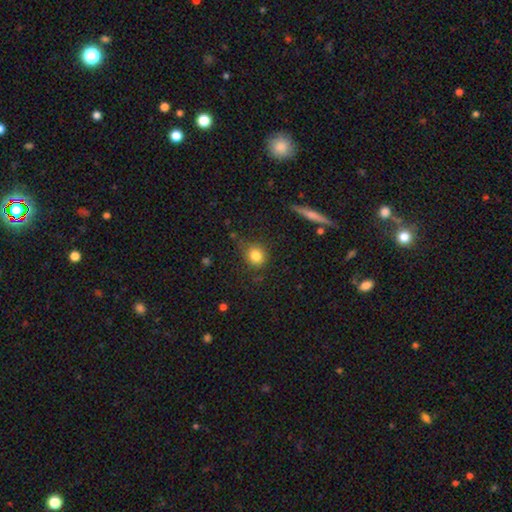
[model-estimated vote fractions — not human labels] This is clearly a smooth galaxy (82%). How rounded: likely round (78%). Merging: likely none (78%).